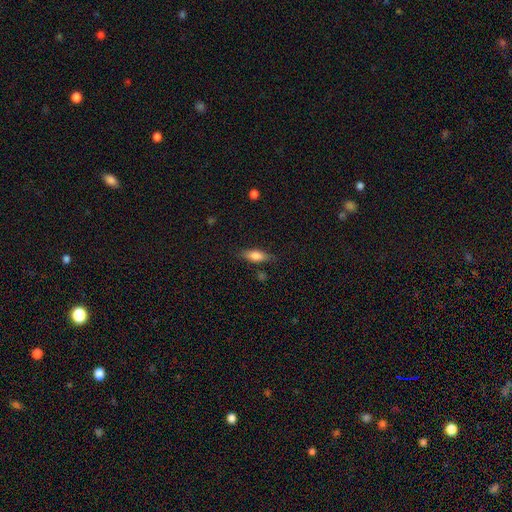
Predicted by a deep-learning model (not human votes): Smooth or featured?
  - smooth: 73% *
  - featured or disk: 19%
  - star or artifact: 8%
How rounded?
  - in between: 67% *
  - cigar-shaped: 30%
  - round: 3%
Merging?
  - none: 79% *
  - minor disturbance: 15%
  - major disturbance: 4%
  - merger: 2%